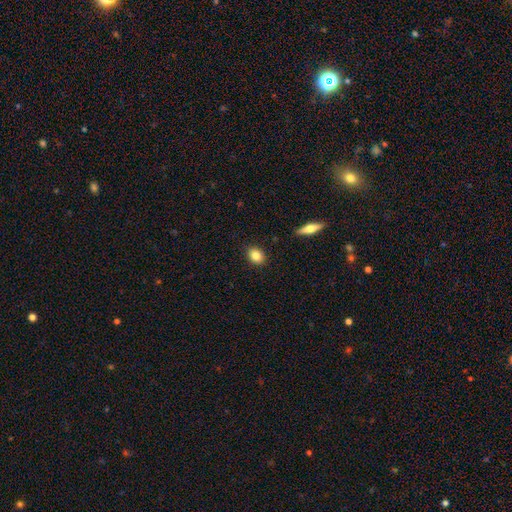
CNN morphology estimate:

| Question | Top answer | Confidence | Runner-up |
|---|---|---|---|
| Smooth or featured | smooth | 84% | star or artifact (9%) |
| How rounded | in between | 55% | round (43%) |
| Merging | none | 89% | minor disturbance (8%) |